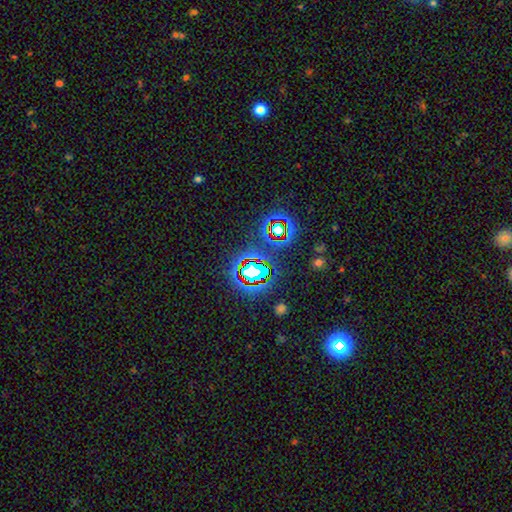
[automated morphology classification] Smooth or featured?
  - star or artifact: 72% *
  - featured or disk: 15%
  - smooth: 13%